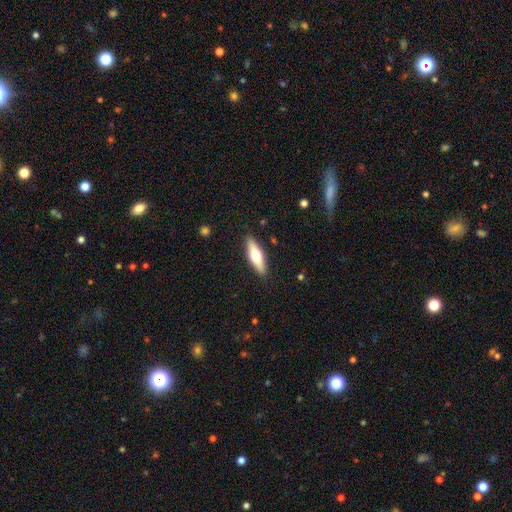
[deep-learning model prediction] The model was most divided on "how rounded": cigar-shaped: 55%, in between: 43%, round: 2%. More confident: merging — none (89%); smooth or featured — smooth (54%).